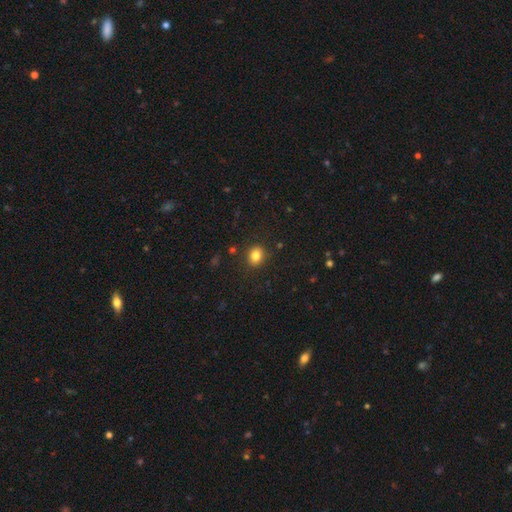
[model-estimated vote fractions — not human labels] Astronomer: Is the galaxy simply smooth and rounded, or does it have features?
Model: smooth — 82%.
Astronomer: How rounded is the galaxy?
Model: round — 63%.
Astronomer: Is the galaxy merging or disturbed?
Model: none — 88%.